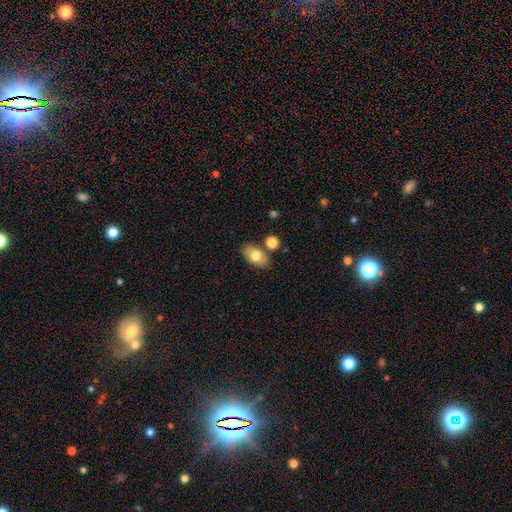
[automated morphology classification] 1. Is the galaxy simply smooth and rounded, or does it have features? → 75% smooth, 17% featured or disk, 8% star or artifact.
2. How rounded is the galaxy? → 90% in between, 9% round, 2% cigar-shaped.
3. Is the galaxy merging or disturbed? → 77% none, 11% minor disturbance, 9% merger, 2% major disturbance.